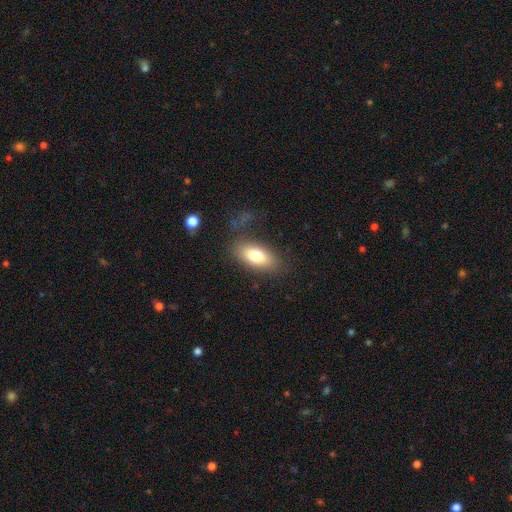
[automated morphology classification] Q: Smooth or featured?
A: smooth (78%); runner-up: featured or disk (15%)
Q: How rounded?
A: in between (87%); runner-up: cigar-shaped (9%)
Q: Merging?
A: none (75%); runner-up: minor disturbance (15%)